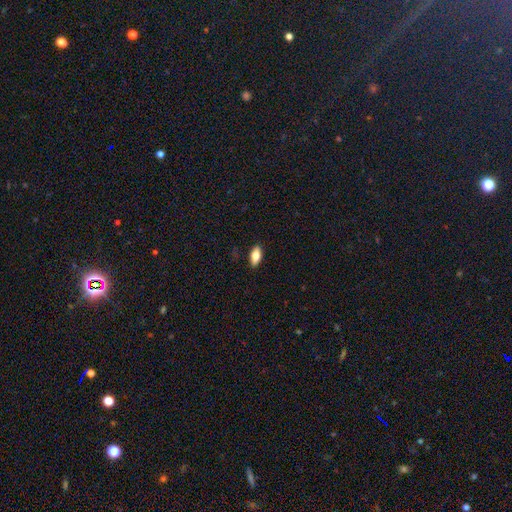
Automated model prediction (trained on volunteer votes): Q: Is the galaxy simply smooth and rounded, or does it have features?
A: smooth — 74%.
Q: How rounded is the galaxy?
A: in between — 84%.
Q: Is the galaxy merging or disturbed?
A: none — 88%.